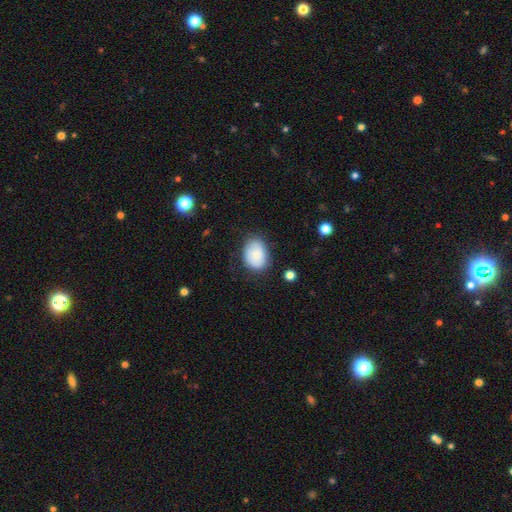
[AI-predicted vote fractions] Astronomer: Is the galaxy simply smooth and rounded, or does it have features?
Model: smooth — 83%.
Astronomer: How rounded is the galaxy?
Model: in between — 74%.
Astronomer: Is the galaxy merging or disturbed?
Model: none — 74%.